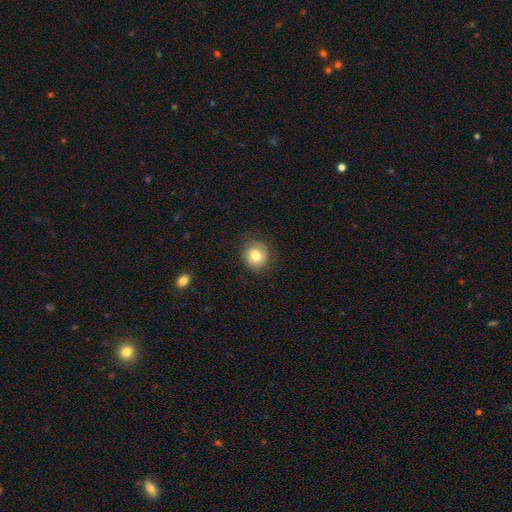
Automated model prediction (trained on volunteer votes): Smooth or featured? smooth (79%)
How rounded? round (86%)
Merging? none (80%)